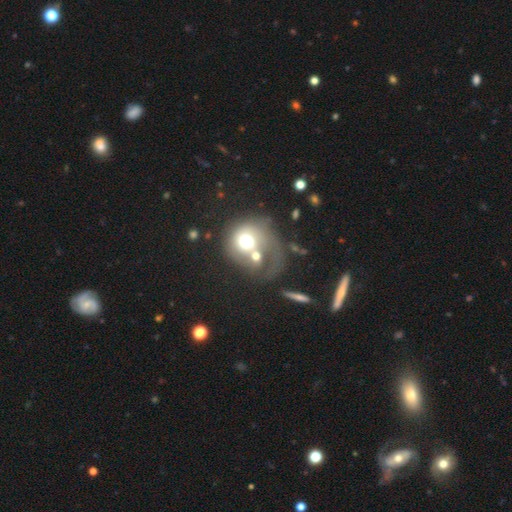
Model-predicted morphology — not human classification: Overall: smooth (51%; featured or disk 37%). How rounded: round (74%). Merging: merger (50%; major disturbance 24%).